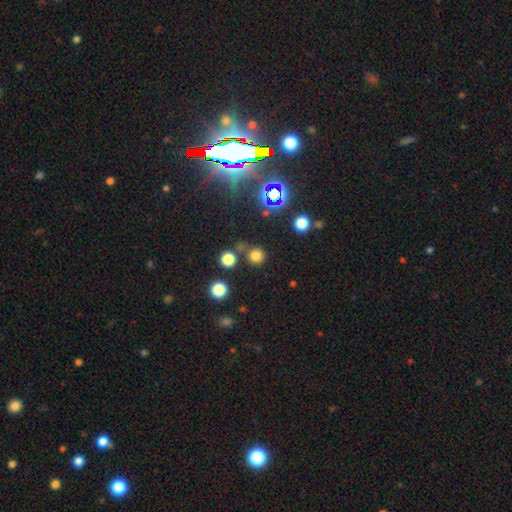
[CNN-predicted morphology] Smooth or featured? smooth (71%)
How rounded? round (92%)
Merging? none (75%)